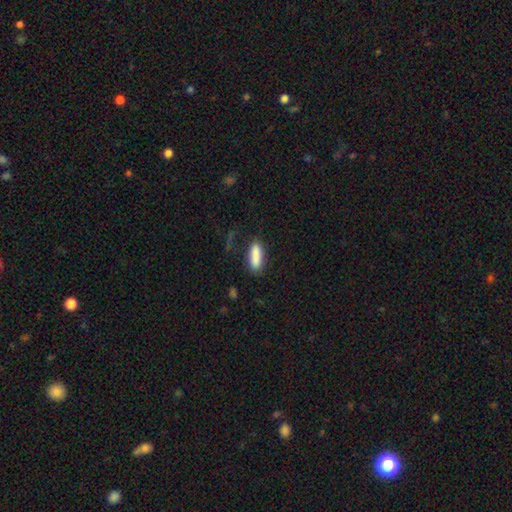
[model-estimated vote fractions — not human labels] Overall: smooth (87%). How rounded: in between (52%; cigar-shaped 46%). Merging: none (75%).